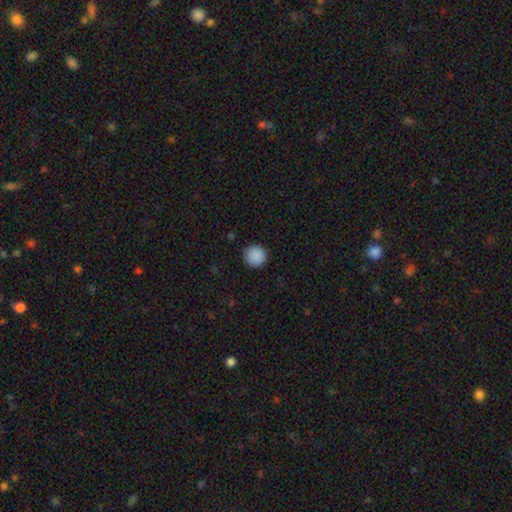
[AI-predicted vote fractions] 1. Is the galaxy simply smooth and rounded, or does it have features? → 89% smooth, 9% star or artifact, 3% featured or disk.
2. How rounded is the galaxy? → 94% round, 5% in between, 1% cigar-shaped.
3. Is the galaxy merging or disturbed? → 90% none, 7% minor disturbance, 2% major disturbance, 1% merger.